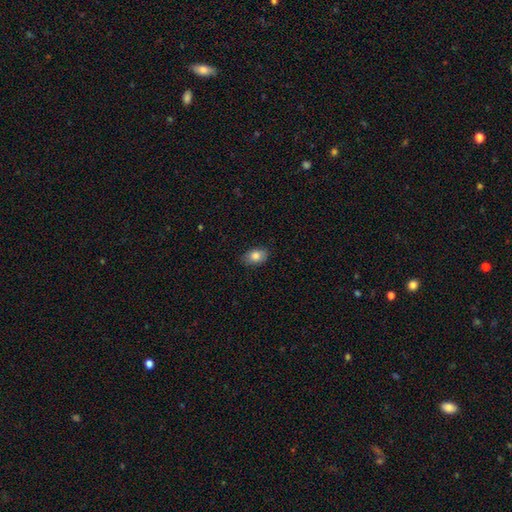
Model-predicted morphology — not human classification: Smooth or featured? smooth (83%)
How rounded? in between (85%)
Merging? none (84%)